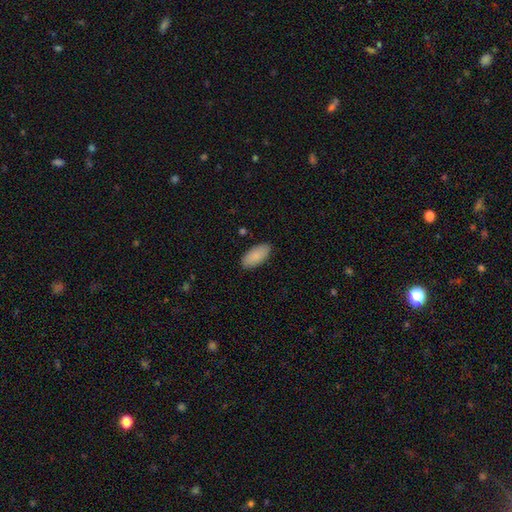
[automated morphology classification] smooth-or-featured: smooth: 88% | featured or disk: 6% | star or artifact: 6%
  how-rounded: in between: 93% | cigar-shaped: 5% | round: 2%
  merging: none: 88% | minor disturbance: 9% | major disturbance: 2% | merger: 1%